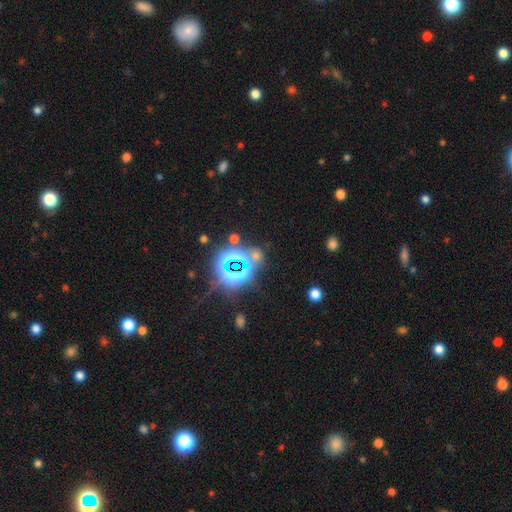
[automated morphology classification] star or artifact 68%, smooth 24%, featured or disk 8%.